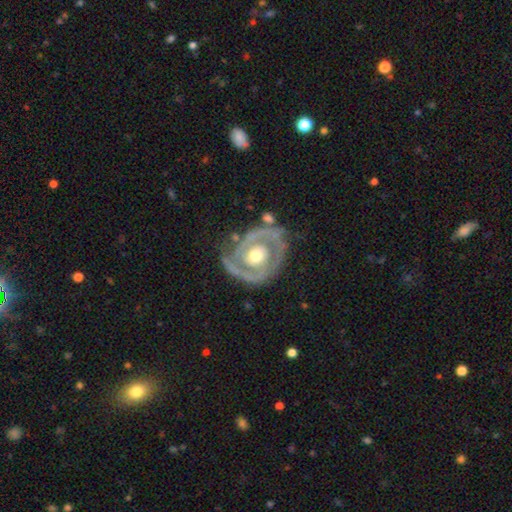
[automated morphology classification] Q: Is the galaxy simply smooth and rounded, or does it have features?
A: featured or disk — 84%.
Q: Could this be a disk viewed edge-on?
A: no — 96%.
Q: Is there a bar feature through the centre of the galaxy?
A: no — 77%.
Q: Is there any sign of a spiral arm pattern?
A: yes — 77%.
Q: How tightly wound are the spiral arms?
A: tight — 61%.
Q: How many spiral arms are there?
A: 2 — 61%.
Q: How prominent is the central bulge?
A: moderate — 72%.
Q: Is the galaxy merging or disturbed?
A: none — 66%.